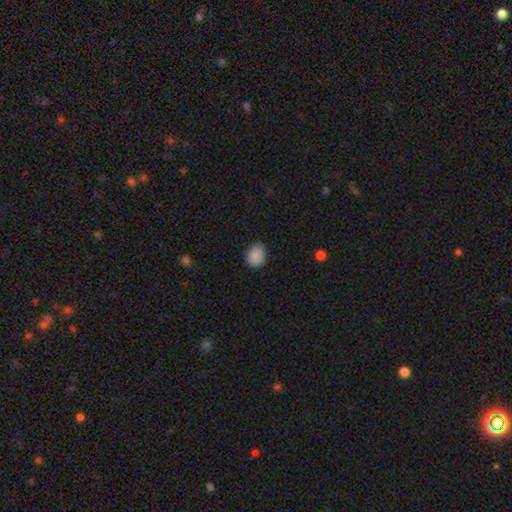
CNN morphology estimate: The model was most divided on "how rounded": in between: 58%, round: 41%, cigar-shaped: 1%. More confident: smooth or featured — smooth (88%); merging — none (82%).